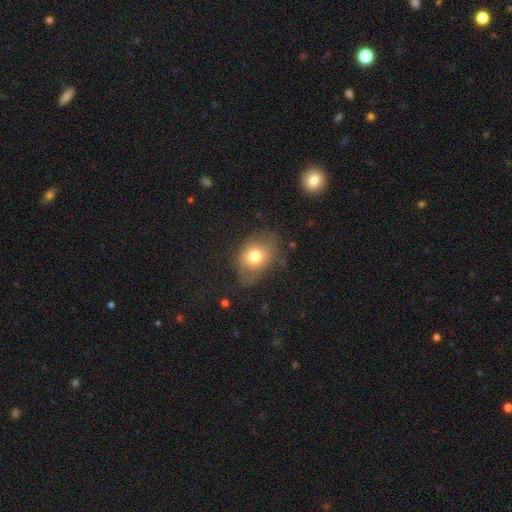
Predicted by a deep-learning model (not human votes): This is likely a smooth galaxy (60%). How rounded: possibly round (53%). Merging: likely none (72%).